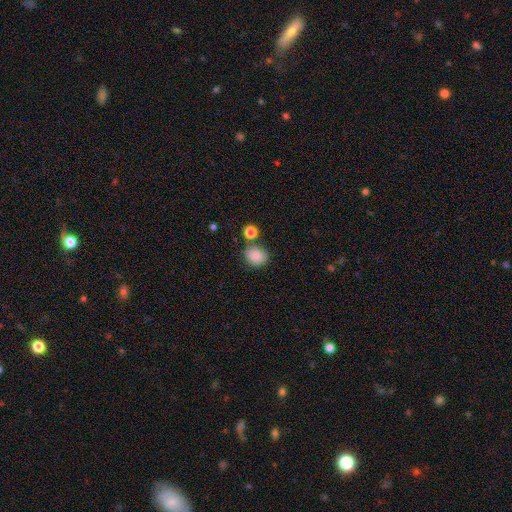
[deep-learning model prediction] A smooth galaxy with no disk features (86%) that is round (68%).

Vote fractions:
- Smooth or featured? smooth: 86% / star or artifact: 9% / featured or disk: 5%
- How rounded? round: 68% / in between: 31% / cigar-shaped: 1%
- Merging? none: 73% / minor disturbance: 13% / merger: 11% / major disturbance: 4%